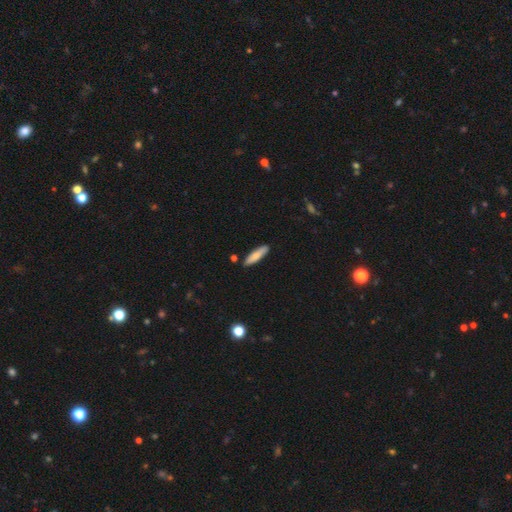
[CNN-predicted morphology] Smooth or featured? Predicted: smooth (p=0.77). How rounded? Predicted: cigar-shaped (p=0.77). Merging? Predicted: none (p=0.86).